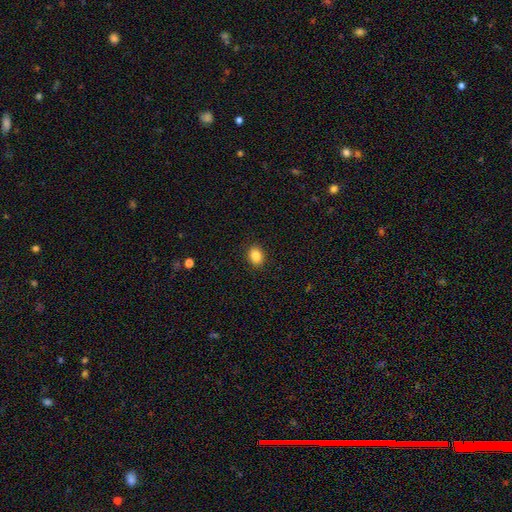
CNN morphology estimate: Smooth or featured? smooth (86%)
How rounded? in between (59%)
Merging? none (90%)